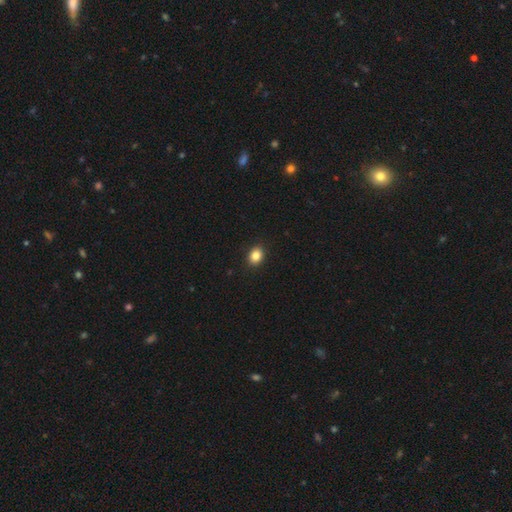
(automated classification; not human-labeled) A smooth galaxy with no disk features (85%) that is in between round and cigar-shaped (56%).

Vote fractions:
- Smooth or featured? smooth: 85% / star or artifact: 10% / featured or disk: 5%
- How rounded? in between: 56% / round: 43% / cigar-shaped: 1%
- Merging? none: 91% / minor disturbance: 7% / major disturbance: 2% / merger: 1%